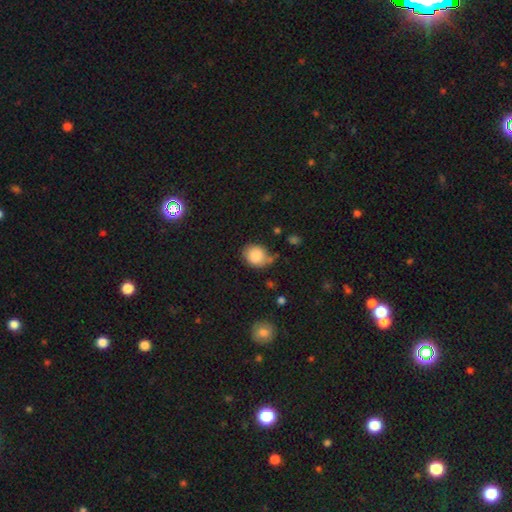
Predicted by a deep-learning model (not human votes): Morphology: type=smooth (83%); roundness=round (58%); merging=none (65%).